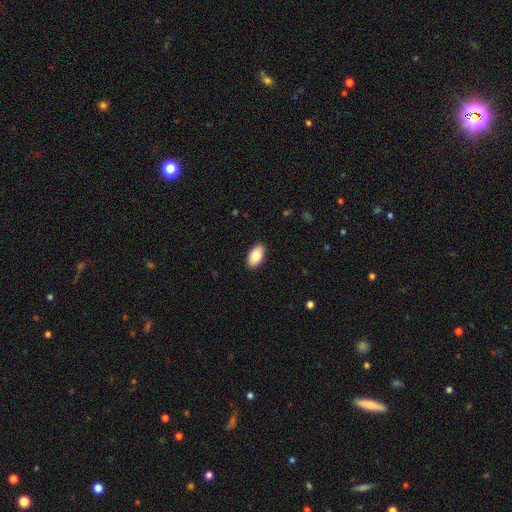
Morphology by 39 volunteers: Smooth or featured? smooth (85%)
How rounded? in between (97%)
Merging? none (76%)